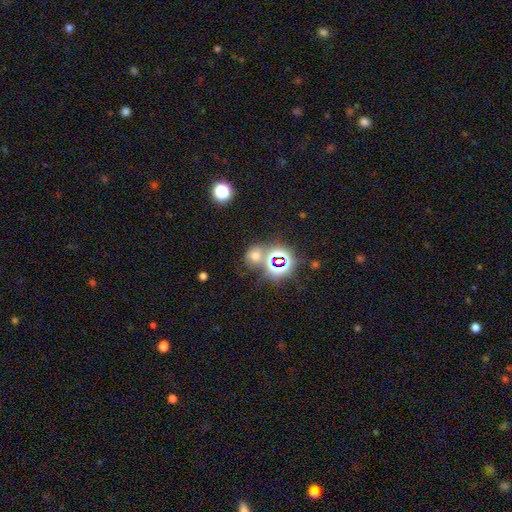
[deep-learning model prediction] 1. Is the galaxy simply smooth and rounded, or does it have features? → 47% smooth, 42% star or artifact, 11% featured or disk.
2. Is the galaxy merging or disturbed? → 58% none, 23% merger, 12% minor disturbance, 6% major disturbance.